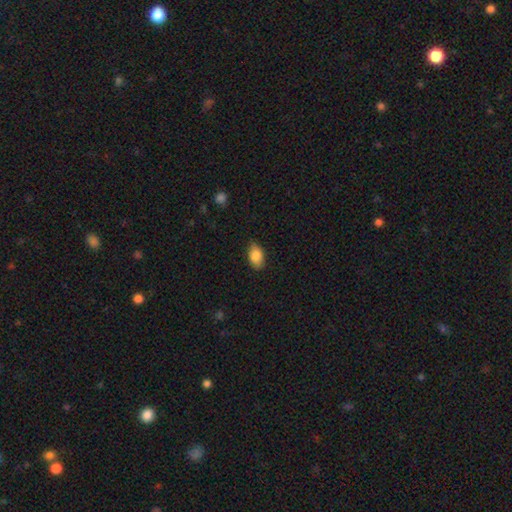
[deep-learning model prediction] This appears to be a smooth galaxy with no disk features (85%) that is in between round and cigar-shaped (89%). Merging: none (84%).